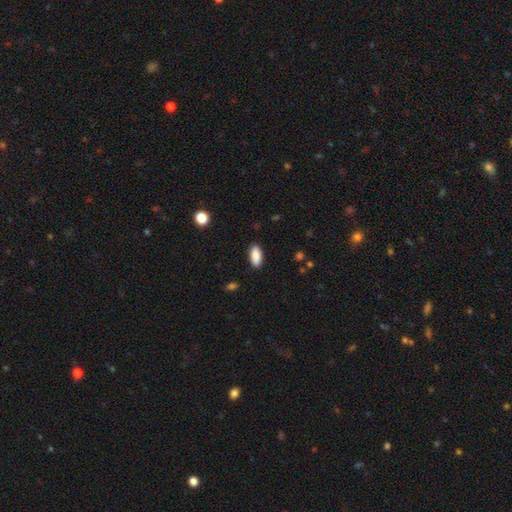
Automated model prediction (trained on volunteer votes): Q: Smooth or featured?
A: smooth (88%); runner-up: star or artifact (7%)
Q: How rounded?
A: in between (86%); runner-up: cigar-shaped (12%)
Q: Merging?
A: none (88%); runner-up: minor disturbance (9%)